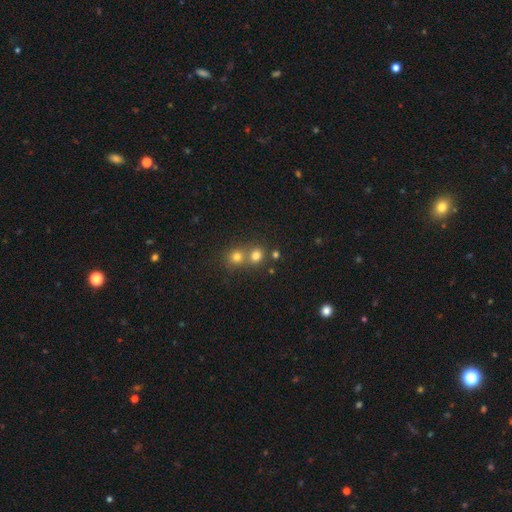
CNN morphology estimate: Q: Smooth or featured?
A: smooth (75%); runner-up: star or artifact (16%)
Q: How rounded?
A: round (82%); runner-up: in between (17%)
Q: Merging?
A: none (48%); runner-up: merger (44%)